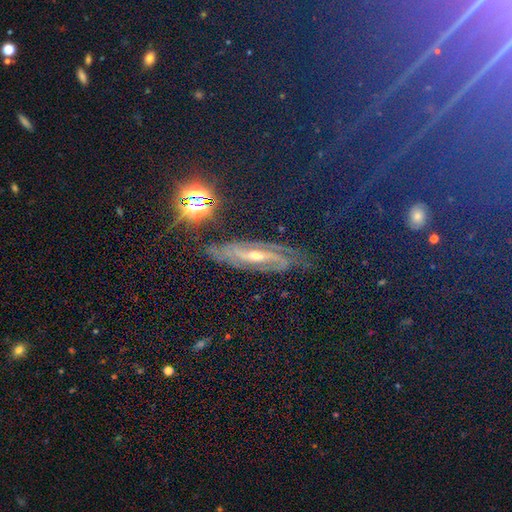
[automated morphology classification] Smooth or featured? featured or disk (63%)
Edge-on disk? no (77%)
Merging? none (73%)